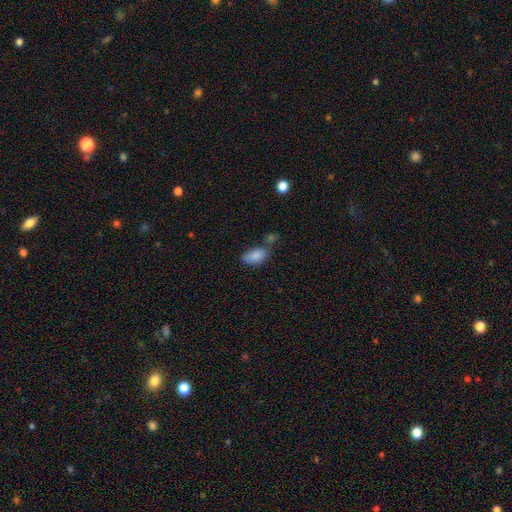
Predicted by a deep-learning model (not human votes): smooth 84%, star or artifact 8%, featured or disk 7%. Down the decision tree: how rounded — in between (91%); merging — none (45%).